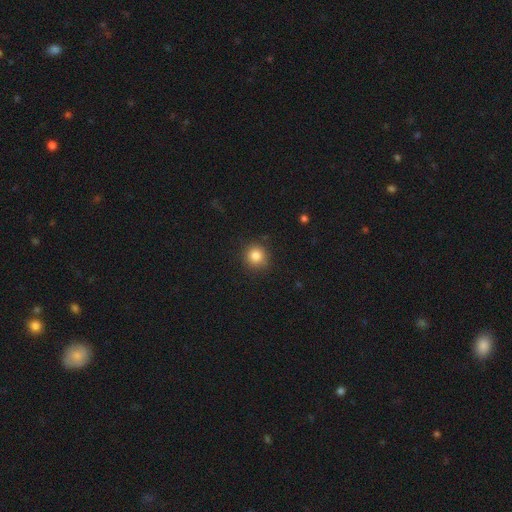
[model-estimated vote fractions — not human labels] smooth_or_featured: smooth (p=0.84) [alt: star or artifact p=0.11]
how_rounded: round (p=0.92) [alt: in between p=0.07]
merging: none (p=0.87) [alt: minor disturbance p=0.09]